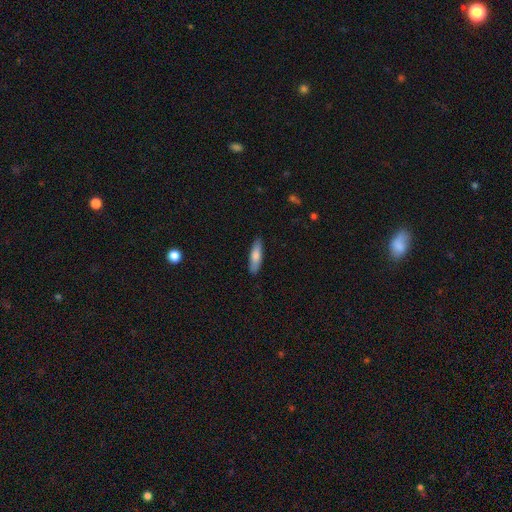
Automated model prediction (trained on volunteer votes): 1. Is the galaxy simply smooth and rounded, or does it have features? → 76% smooth, 19% featured or disk, 6% star or artifact.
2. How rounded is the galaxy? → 62% cigar-shaped, 36% in between, 2% round.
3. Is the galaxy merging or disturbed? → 88% none, 9% minor disturbance, 2% major disturbance, 1% merger.